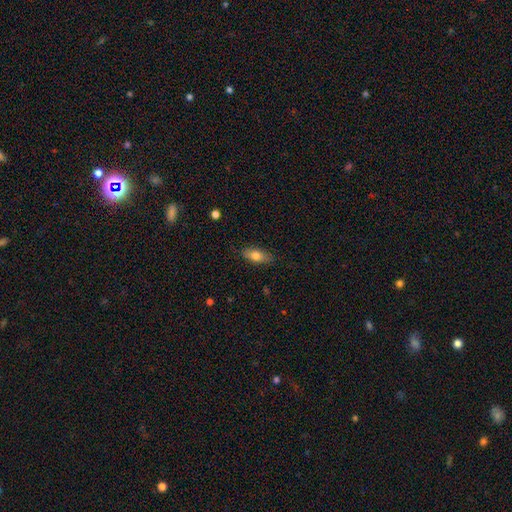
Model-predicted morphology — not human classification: smooth-or-featured: smooth: 73% | featured or disk: 19% | star or artifact: 7%
  how-rounded: in between: 78% | cigar-shaped: 18% | round: 4%
  merging: none: 84% | minor disturbance: 12% | major disturbance: 2% | merger: 1%